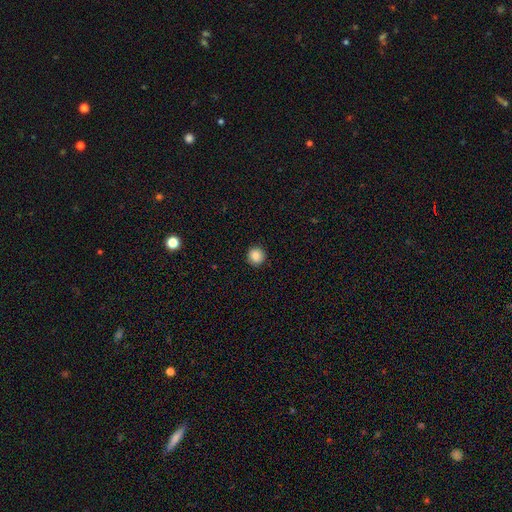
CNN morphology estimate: This is clearly a smooth galaxy (87%). How rounded: clearly round (95%). Merging: clearly none (92%).